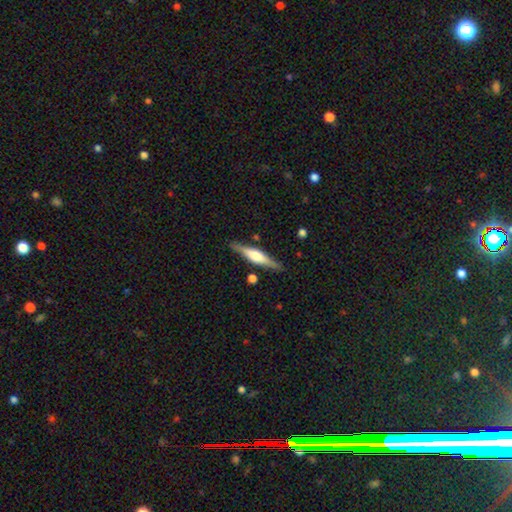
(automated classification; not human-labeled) A featured or disk galaxy (63%) viewed edge-on (96%) with a rounded central bulge (76%).

Vote fractions:
- Smooth or featured? featured or disk: 63% / smooth: 31% / star or artifact: 6%
- Edge-on disk? yes: 96% / no: 4%
- Edge-on bulge? rounded: 76% / boxy: 19% / none: 5%
- Merging? none: 85% / minor disturbance: 10% / merger: 3% / major disturbance: 2%